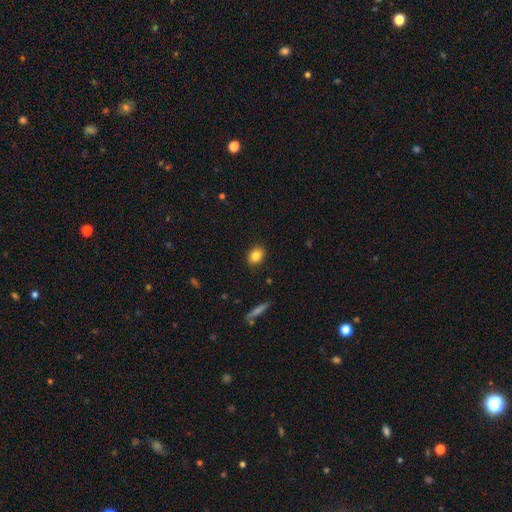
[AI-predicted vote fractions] The model was most divided on "how rounded": in between: 61%, round: 37%, cigar-shaped: 2%. More confident: merging — none (89%); smooth or featured — smooth (84%).